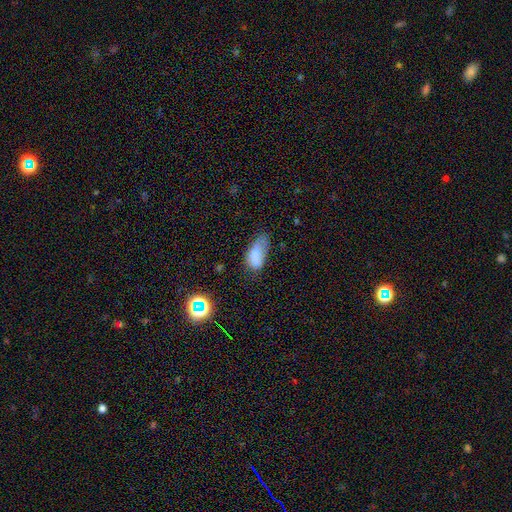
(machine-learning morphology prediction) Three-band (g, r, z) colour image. It shows a smooth galaxy with no disk features (76%) that is in between round and cigar-shaped (89%). Merging: minor disturbance (39%).